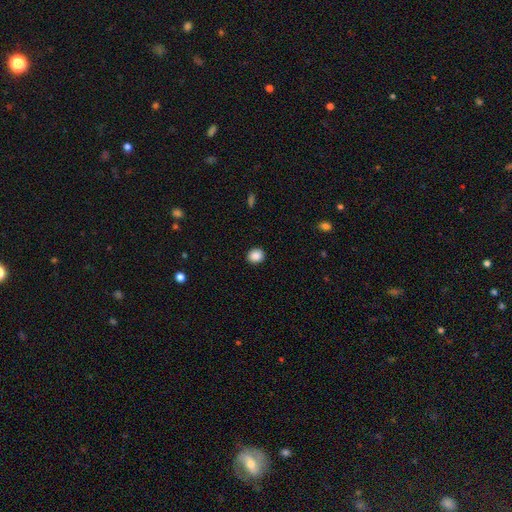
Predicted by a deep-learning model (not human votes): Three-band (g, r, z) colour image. It shows a smooth galaxy with no disk features (88%) that is round (72%). Merging: none (91%).